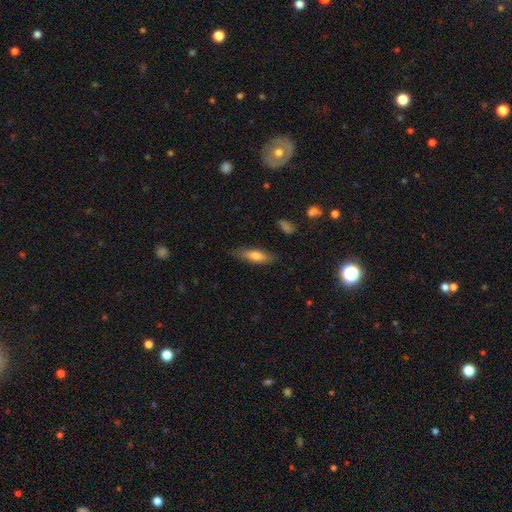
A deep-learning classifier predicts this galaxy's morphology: Smooth or featured?
  - smooth: 68% *
  - featured or disk: 26%
  - star or artifact: 7%
How rounded?
  - cigar-shaped: 61% *
  - in between: 37%
  - round: 2%
Merging?
  - none: 81% *
  - minor disturbance: 15%
  - major disturbance: 3%
  - merger: 2%